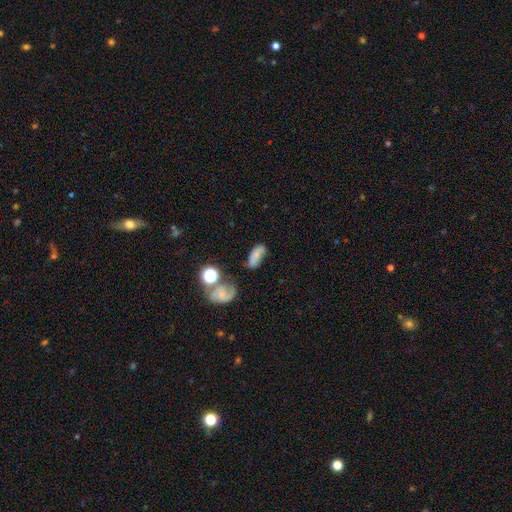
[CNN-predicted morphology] Smooth or featured: smooth — 54% (featured or disk — 31%)
How rounded: in between — 83% (cigar-shaped — 9%)
Merging: none — 47% (minor disturbance — 26%)